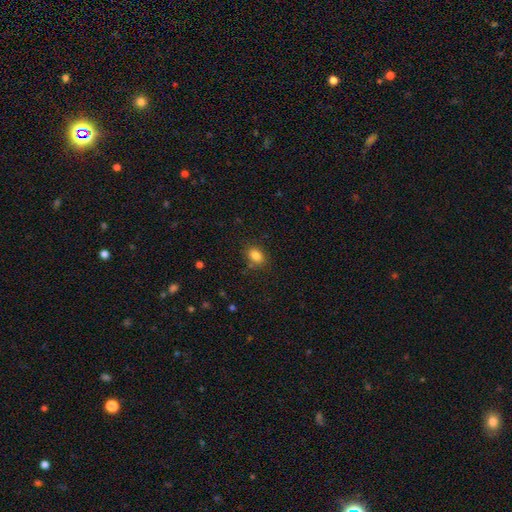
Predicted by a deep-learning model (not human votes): Smooth or featured? smooth (84%)
How rounded? in between (69%)
Merging? none (81%)